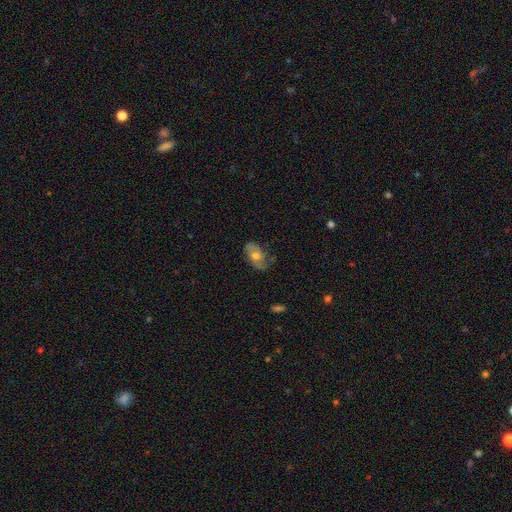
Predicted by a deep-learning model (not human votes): smooth_or_featured: featured or disk (p=0.50) [alt: smooth p=0.42]
disk_edge_on: no (p=0.92) [alt: yes p=0.08]
merging: none (p=0.61) [alt: minor disturbance p=0.27]